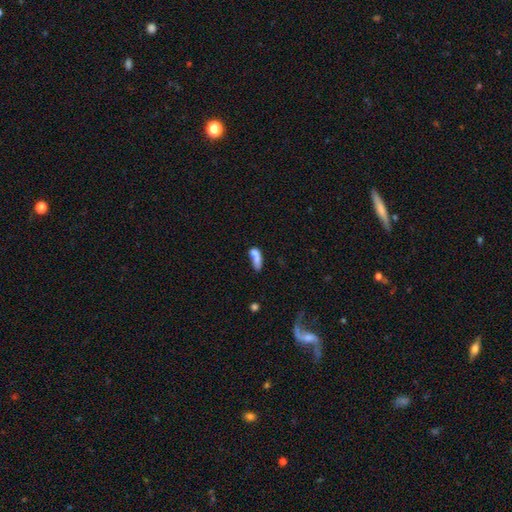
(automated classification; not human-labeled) The model was most divided on "merging": merger: 44%, none: 26%, minor disturbance: 15%, major disturbance: 15%. More confident: smooth or featured — smooth (71%); how rounded — in between (62%).